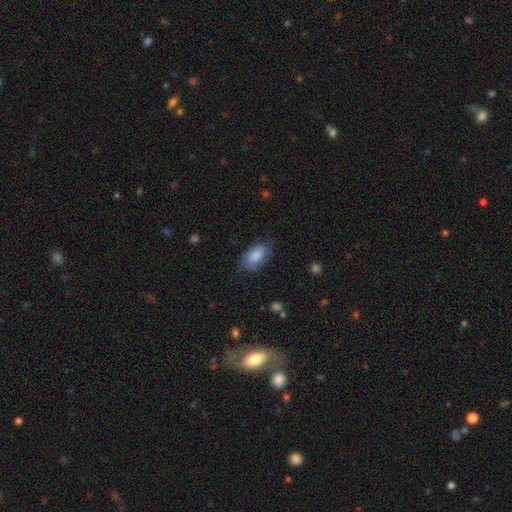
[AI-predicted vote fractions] smooth-or-featured: smooth: 60% | featured or disk: 32% | star or artifact: 7%
  how-rounded: in between: 92% | round: 5% | cigar-shaped: 3%
  merging: none: 63% | minor disturbance: 24% | major disturbance: 12% | merger: 1%